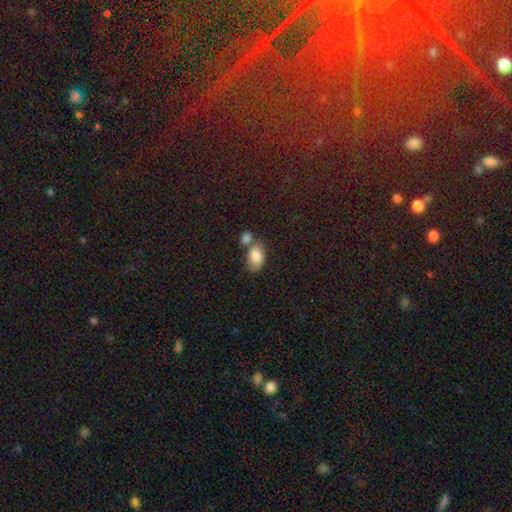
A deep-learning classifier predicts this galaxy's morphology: A smooth galaxy with no disk features (83%) that is in between round and cigar-shaped (86%). Merging: none (40%).